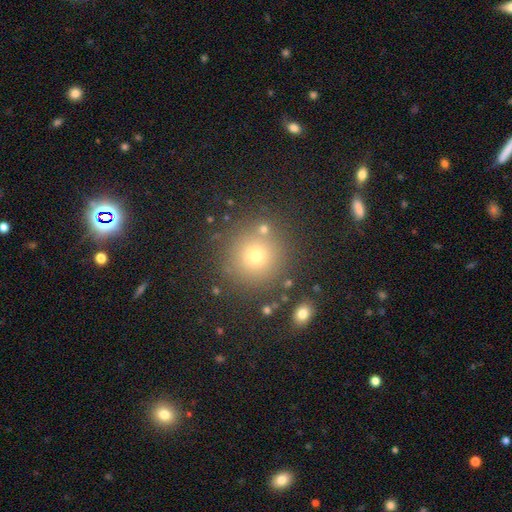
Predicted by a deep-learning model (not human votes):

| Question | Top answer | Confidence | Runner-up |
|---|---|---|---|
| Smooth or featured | smooth | 71% | star or artifact (19%) |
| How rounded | round | 93% | in between (6%) |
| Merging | none | 82% | minor disturbance (8%) |